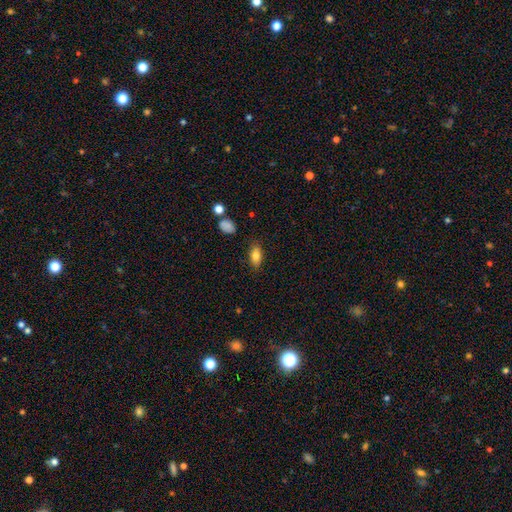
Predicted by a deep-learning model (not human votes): This is likely a smooth galaxy (80%). How rounded: clearly in between (87%). Merging: clearly none (83%).